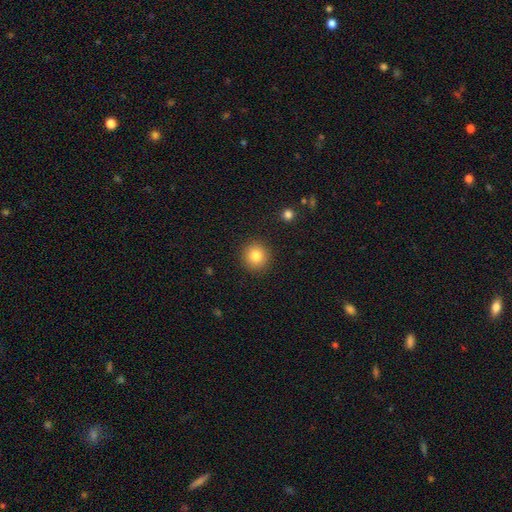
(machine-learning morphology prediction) smooth-or-featured: smooth: 82% | star or artifact: 11% | featured or disk: 8%
  how-rounded: round: 94% | in between: 6% | cigar-shaped: 1%
  merging: none: 91% | minor disturbance: 6% | major disturbance: 2% | merger: 1%